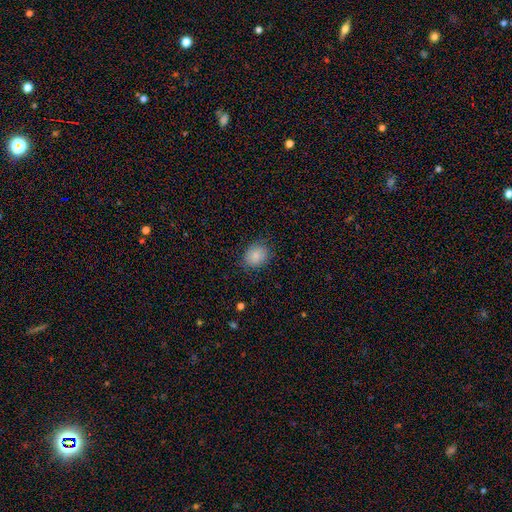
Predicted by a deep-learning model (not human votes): A smooth galaxy with no disk features (86%) that is round (55%). Merging: none (80%).